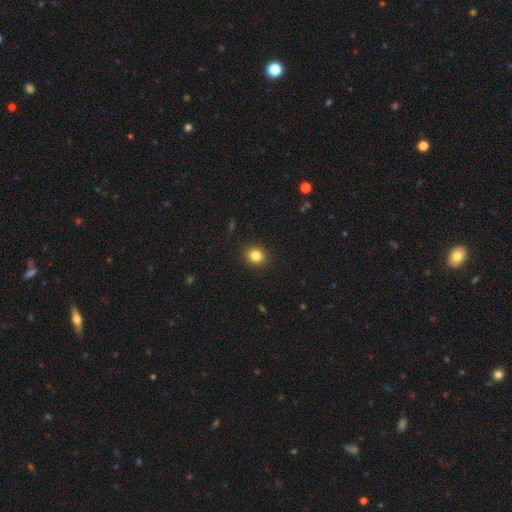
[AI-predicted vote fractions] Q: Smooth or featured?
A: smooth (83%); runner-up: star or artifact (11%)
Q: How rounded?
A: round (70%); runner-up: in between (29%)
Q: Merging?
A: none (91%); runner-up: minor disturbance (6%)